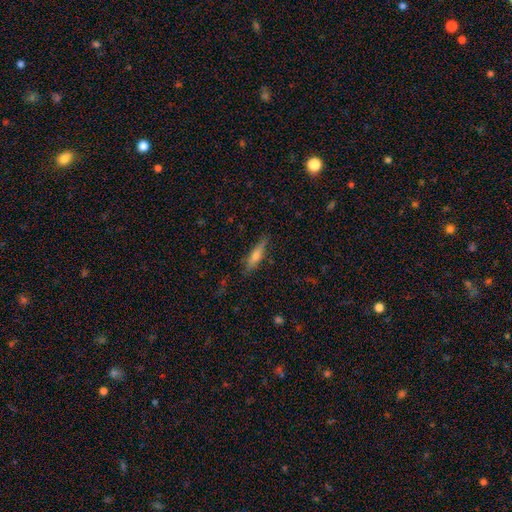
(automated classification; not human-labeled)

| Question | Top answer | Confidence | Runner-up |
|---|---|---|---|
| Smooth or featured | smooth | 50% | featured or disk (42%) |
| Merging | none | 83% | minor disturbance (13%) |